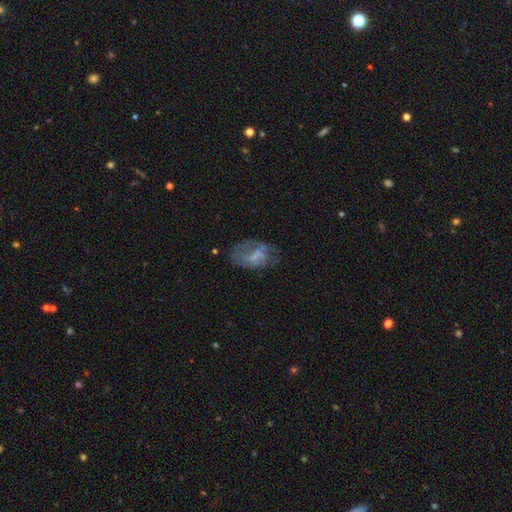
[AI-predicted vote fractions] This appears to be a featured or disk galaxy (49%). Merging: none (43%).